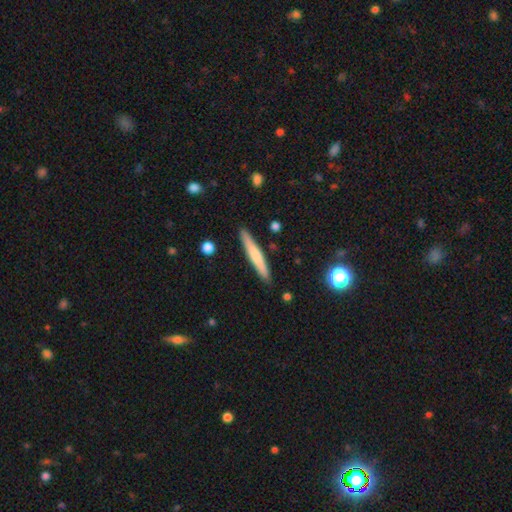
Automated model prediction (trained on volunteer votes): The model was most divided on "smooth or featured": smooth: 61%, featured or disk: 33%, star or artifact: 6%. More confident: how rounded — cigar-shaped (95%); merging — none (89%).